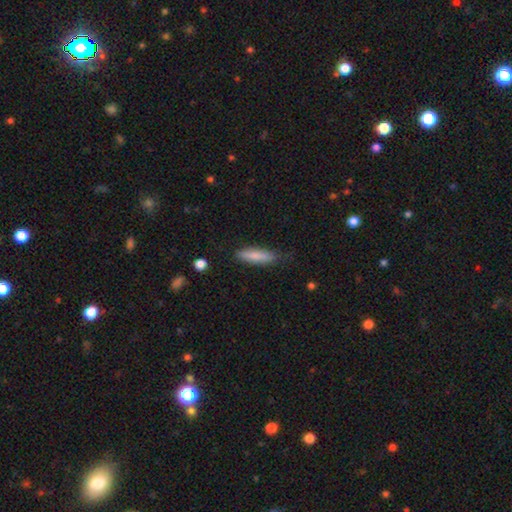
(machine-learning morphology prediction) A smooth galaxy with no disk features (79%) that is cigar-shaped (69%).

Vote fractions:
- Smooth or featured? smooth: 79% / featured or disk: 15% / star or artifact: 6%
- How rounded? cigar-shaped: 69% / in between: 29% / round: 2%
- Merging? none: 76% / minor disturbance: 18% / major disturbance: 4% / merger: 2%